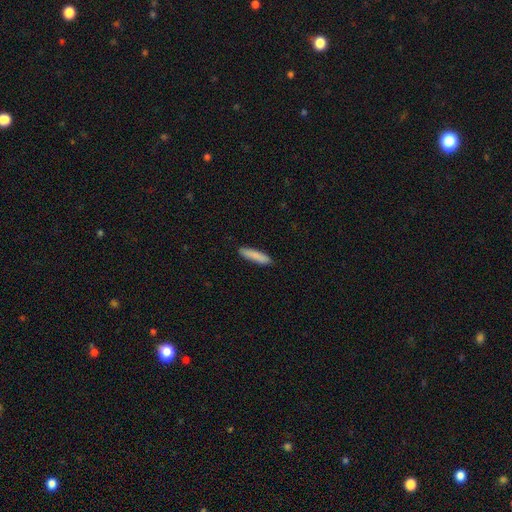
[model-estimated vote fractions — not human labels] smooth_or_featured: smooth (p=0.87) [alt: featured or disk p=0.07]
how_rounded: cigar-shaped (p=0.83) [alt: in between p=0.15]
merging: none (p=0.89) [alt: minor disturbance p=0.09]